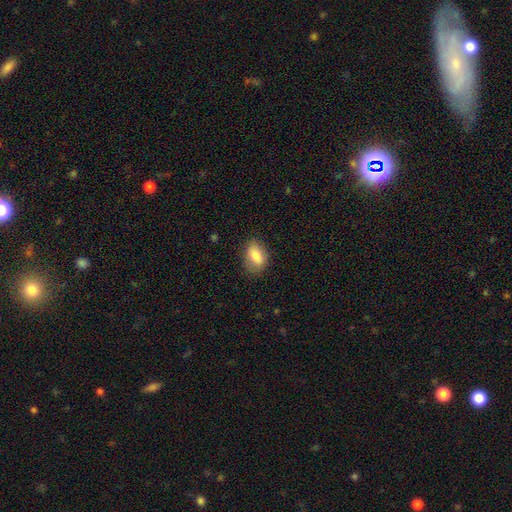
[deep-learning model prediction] Smooth or featured? Predicted: smooth (p=0.82). How rounded? Predicted: in between (p=0.85). Merging? Predicted: none (p=0.79).